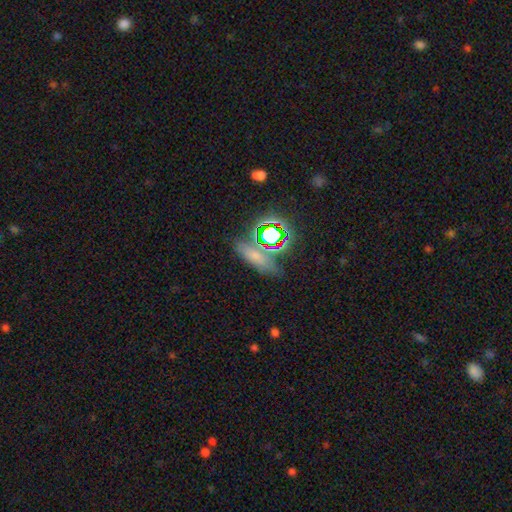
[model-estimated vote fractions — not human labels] Smooth or featured? smooth (53%)
How rounded? in between (54%)
Merging? none (68%)